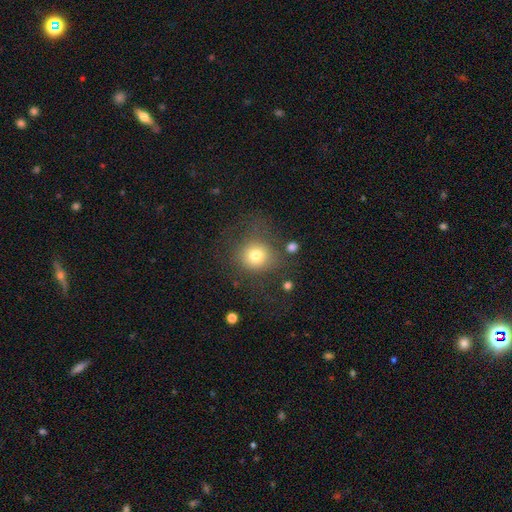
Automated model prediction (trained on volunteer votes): Smooth or featured? smooth (76%)
How rounded? round (87%)
Merging? none (65%)